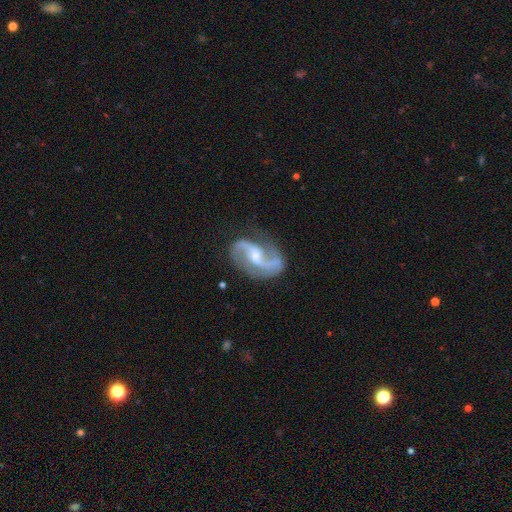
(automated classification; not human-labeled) Smooth or featured? featured or disk (92%)
Edge-on disk? no (98%)
Bar? weak (44%)
Spiral arms? yes (98%)
Spiral winding? medium (50%)
Spiral arm count? 2 (93%)
Bulge size? small (46%)
Merging? none (74%)